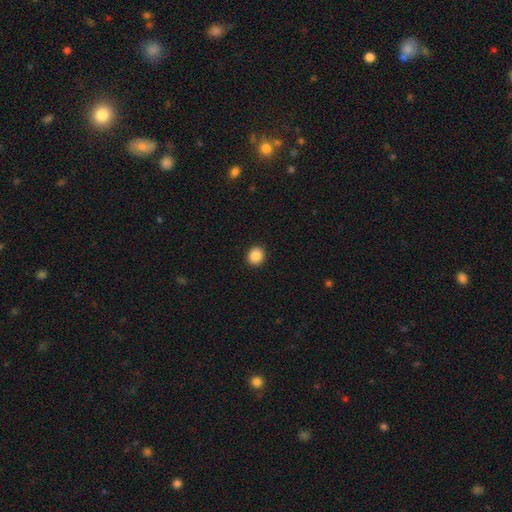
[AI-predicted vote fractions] This is clearly a smooth galaxy (88%). How rounded: clearly round (80%). Merging: clearly none (92%).